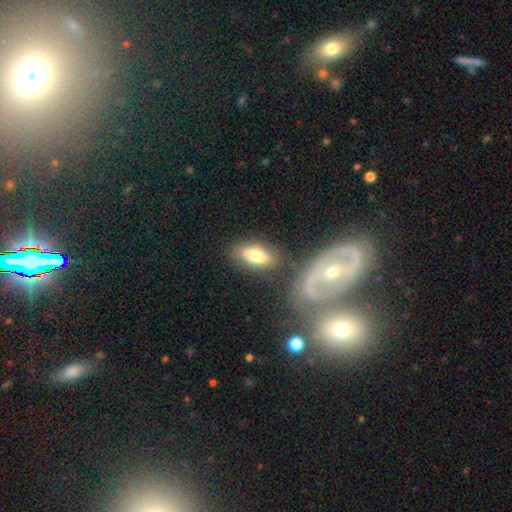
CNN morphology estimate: The model was most divided on "smooth or featured": smooth: 69%, featured or disk: 24%, star or artifact: 7%. More confident: how rounded — in between (87%); merging — none (70%).